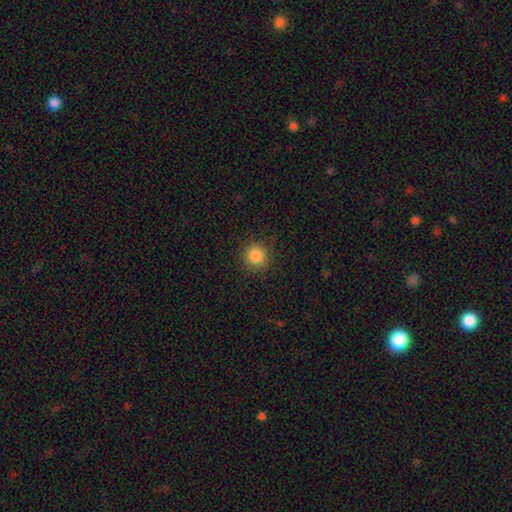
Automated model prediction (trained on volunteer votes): A smooth galaxy with no disk features (86%) that is round (93%). Merging: none (88%).